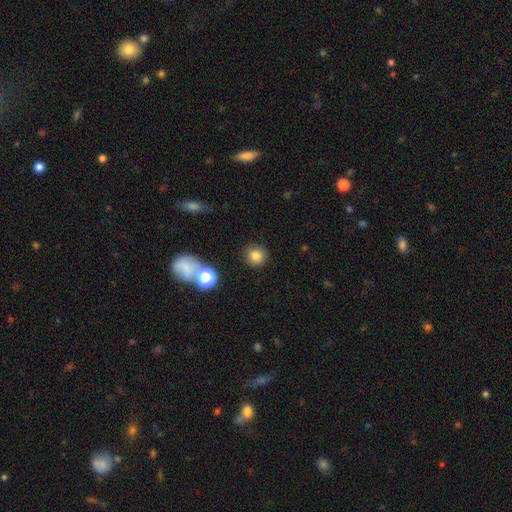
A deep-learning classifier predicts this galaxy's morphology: Q: Smooth or featured?
A: smooth (80%); runner-up: star or artifact (13%)
Q: How rounded?
A: round (92%); runner-up: in between (7%)
Q: Merging?
A: none (88%); runner-up: minor disturbance (7%)